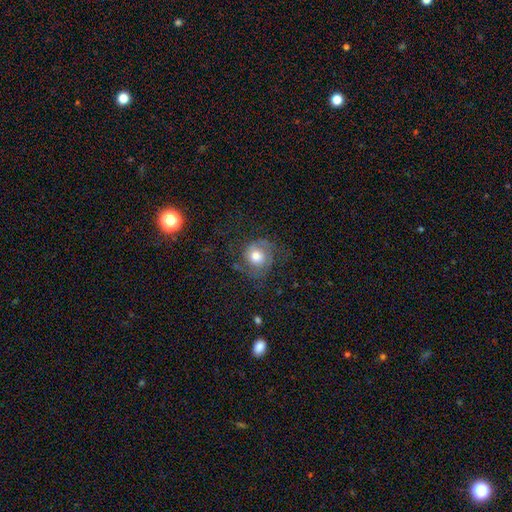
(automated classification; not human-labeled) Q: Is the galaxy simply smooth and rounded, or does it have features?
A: featured or disk — 51%.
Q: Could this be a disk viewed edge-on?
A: no — 97%.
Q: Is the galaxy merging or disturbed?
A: none — 58%.